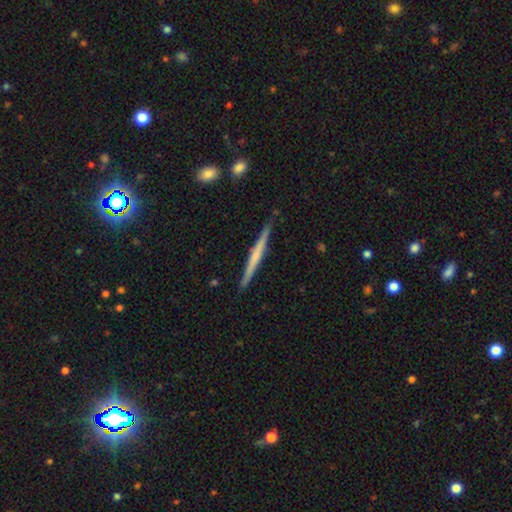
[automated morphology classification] type=featured or disk (61%); edge-on=yes (98%); edge-on bulge=none (57%); merging=none (89%).